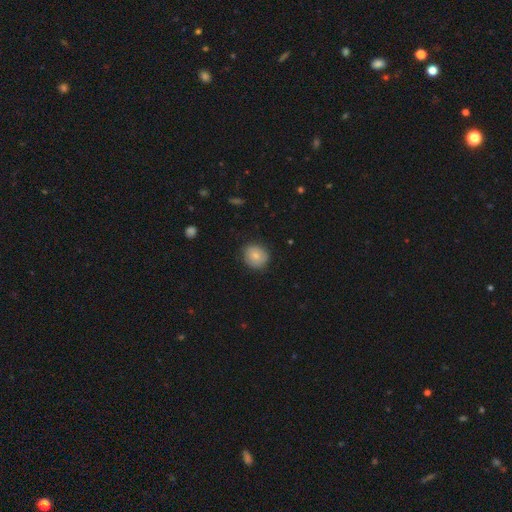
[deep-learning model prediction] smooth-or-featured: smooth: 78% | featured or disk: 14% | star or artifact: 8%
  how-rounded: round: 83% | in between: 17% | cigar-shaped: 1%
  merging: none: 84% | minor disturbance: 12% | major disturbance: 3% | merger: 1%